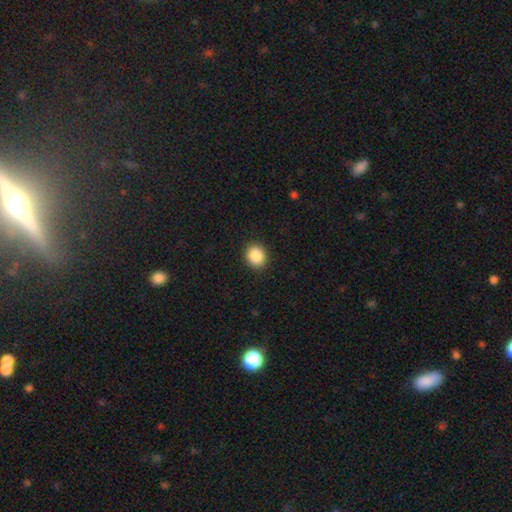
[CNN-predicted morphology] This appears to be a smooth galaxy with no disk features (87%) that is round (75%). Merging: none (91%).